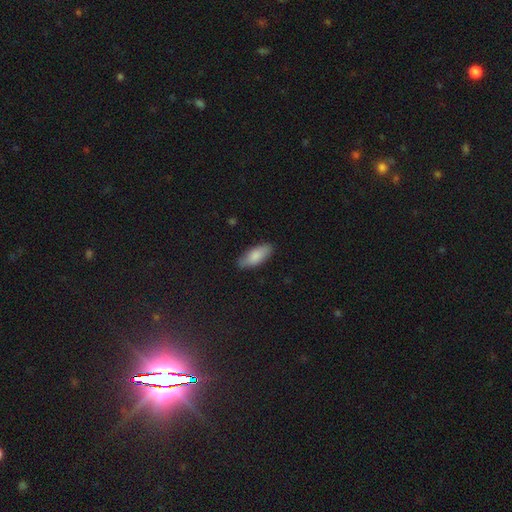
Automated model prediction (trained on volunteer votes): Smooth or featured? Predicted: smooth (p=0.84). How rounded? Predicted: in between (p=0.80). Merging? Predicted: none (p=0.84).